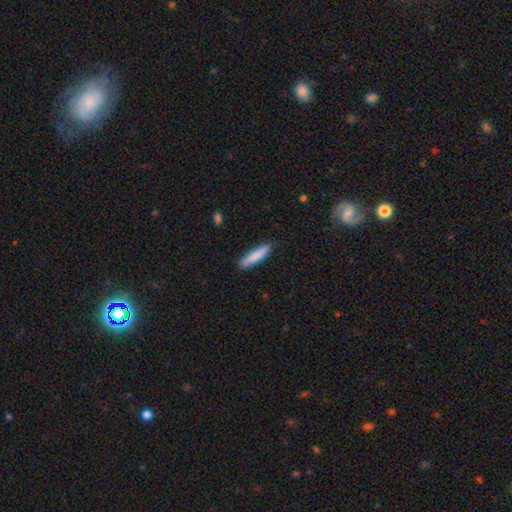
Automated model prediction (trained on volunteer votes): Morphology: type=smooth (83%); roundness=cigar-shaped (86%); merging=none (87%).